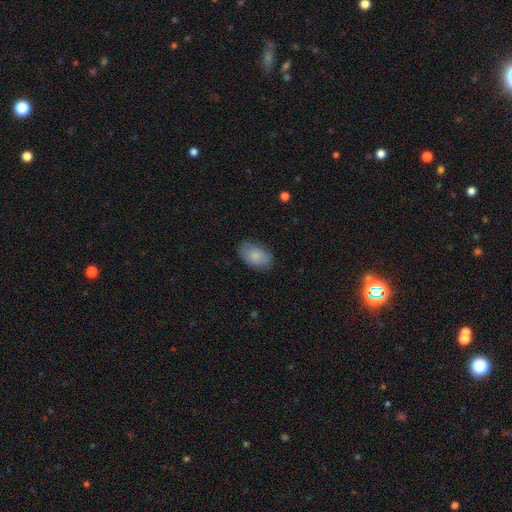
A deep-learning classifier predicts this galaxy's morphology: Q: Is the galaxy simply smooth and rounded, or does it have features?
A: smooth — 84%.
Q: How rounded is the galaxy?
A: in between — 93%.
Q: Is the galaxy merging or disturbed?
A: none — 80%.